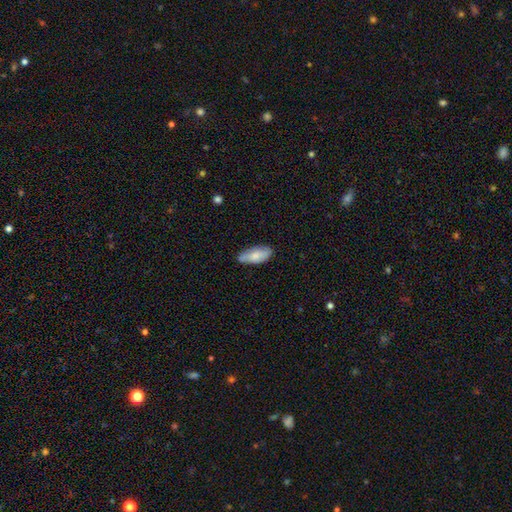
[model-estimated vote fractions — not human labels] This appears to be a smooth galaxy with no disk features (74%) that is in between round and cigar-shaped (83%). Merging: none (71%).